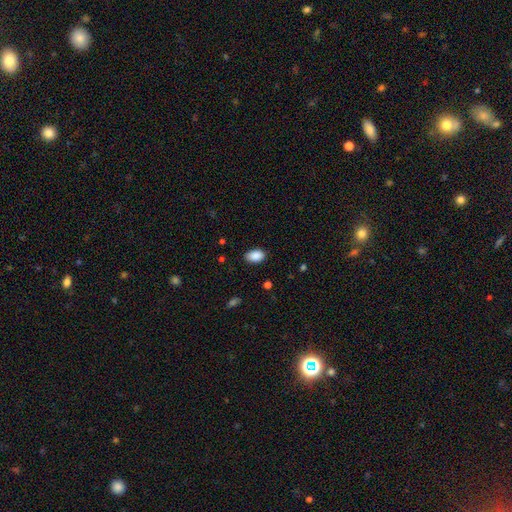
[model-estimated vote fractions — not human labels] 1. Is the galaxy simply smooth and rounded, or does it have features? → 89% smooth, 7% star or artifact, 3% featured or disk.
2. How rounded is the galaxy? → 91% in between, 8% round, 1% cigar-shaped.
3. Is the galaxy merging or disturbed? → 84% none, 13% minor disturbance, 3% major disturbance, 1% merger.